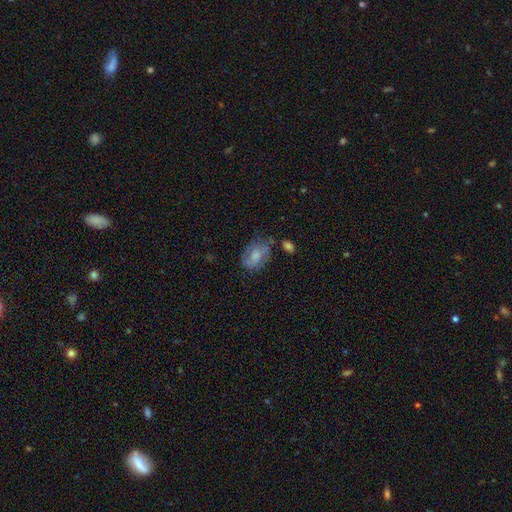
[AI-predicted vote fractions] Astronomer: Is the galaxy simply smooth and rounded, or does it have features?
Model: smooth — 56% (runner-up: featured or disk, 36%).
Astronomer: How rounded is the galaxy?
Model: in between — 79%.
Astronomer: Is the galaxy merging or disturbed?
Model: none — 54%.